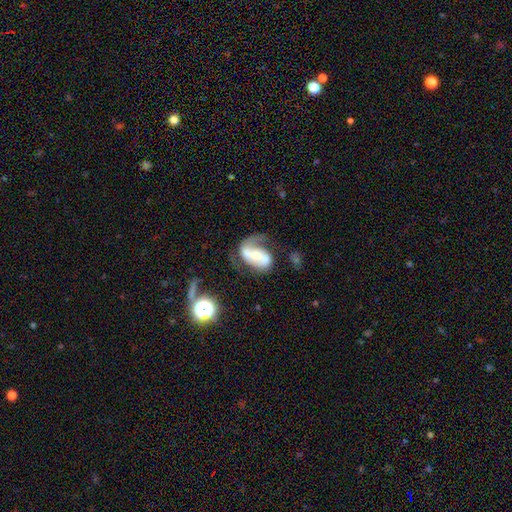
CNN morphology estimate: Overall: featured or disk (72%). Edge-on disk: no (96%). Bar: no (38%; strong 32%). Spiral arms: yes (85%). Spiral arm count: 2 (66%). Spiral winding: loose (43%; medium 39%). Bulge size: moderate (48%; small 38%). Merging: none (39%; major disturbance 29%).